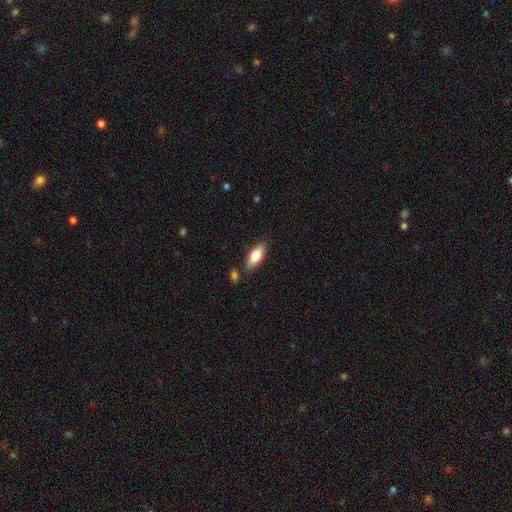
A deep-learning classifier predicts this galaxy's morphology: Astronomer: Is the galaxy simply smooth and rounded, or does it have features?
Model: smooth — 78%.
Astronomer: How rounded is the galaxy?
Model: in between — 77%.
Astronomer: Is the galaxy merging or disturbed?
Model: none — 78%.